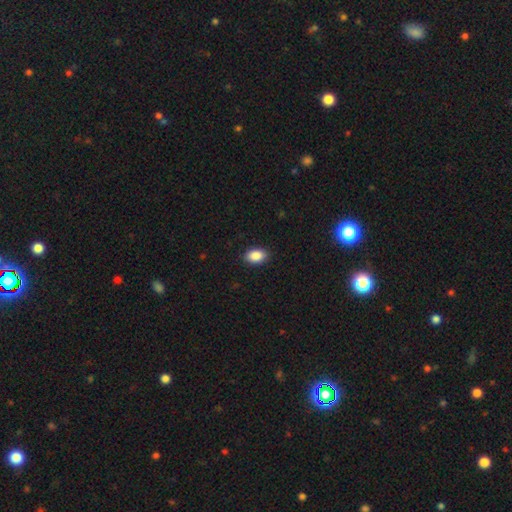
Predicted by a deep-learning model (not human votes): smooth 89%, star or artifact 7%, featured or disk 4%. Down the decision tree: how rounded — in between (90%); merging — none (89%).